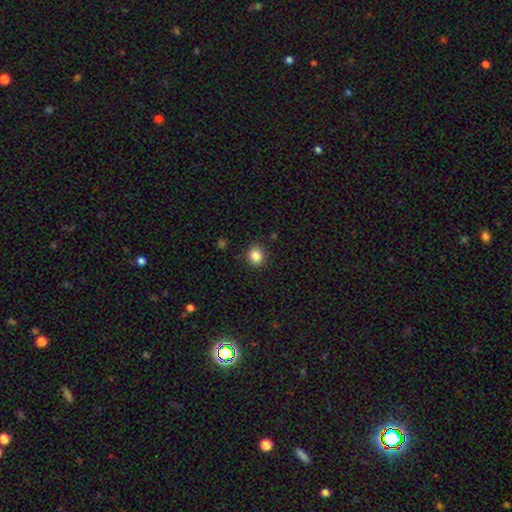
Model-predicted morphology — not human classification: smooth 85%, star or artifact 10%, featured or disk 4%. Down the decision tree: how rounded — round (84%); merging — none (88%).